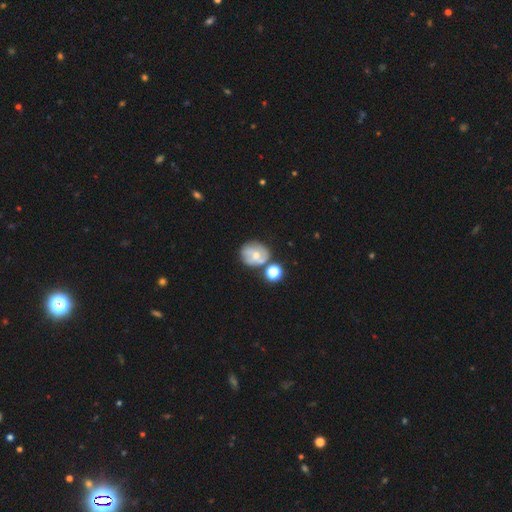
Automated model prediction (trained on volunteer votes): Smooth or featured?
  - smooth: 45% *
  - featured or disk: 44%
  - star or artifact: 11%
Merging?
  - none: 51% *
  - merger: 23%
  - minor disturbance: 18%
  - major disturbance: 8%